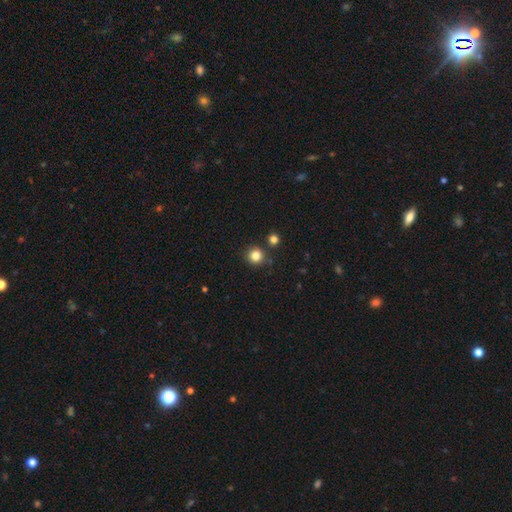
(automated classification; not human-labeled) Q: Smooth or featured?
A: smooth (82%); runner-up: star or artifact (13%)
Q: How rounded?
A: round (94%); runner-up: in between (5%)
Q: Merging?
A: none (85%); runner-up: minor disturbance (7%)